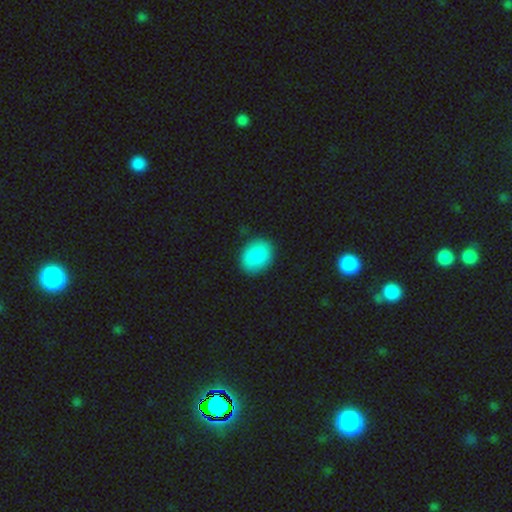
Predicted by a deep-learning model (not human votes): smooth_or_featured: smooth (p=0.87) [alt: star or artifact p=0.07]
how_rounded: in between (p=0.52) [alt: round p=0.47]
merging: none (p=0.86) [alt: minor disturbance p=0.11]